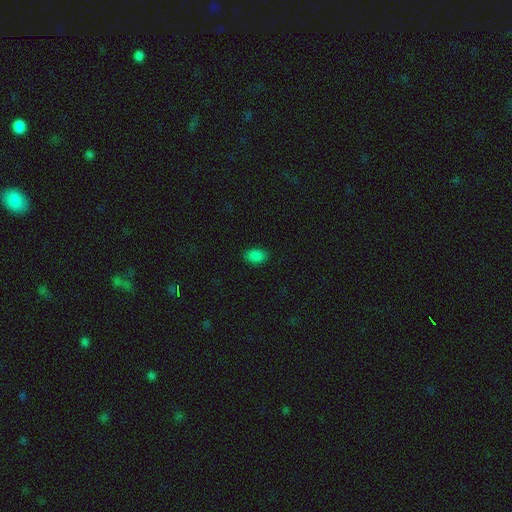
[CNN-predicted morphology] A smooth galaxy with no disk features (85%) that is in between round and cigar-shaped (87%). Merging: none (86%).